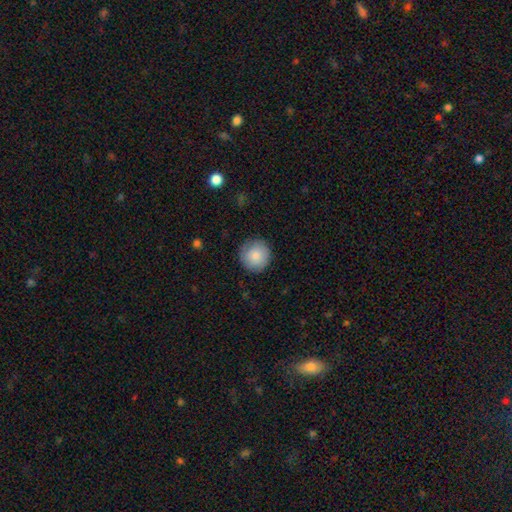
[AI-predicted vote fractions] This is clearly a smooth galaxy (84%). How rounded: clearly round (94%). Merging: clearly none (86%).